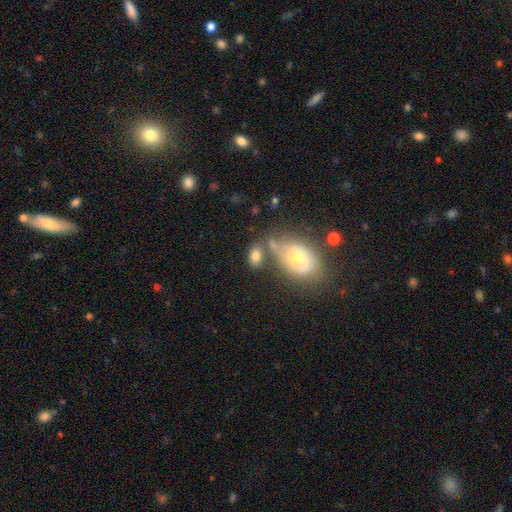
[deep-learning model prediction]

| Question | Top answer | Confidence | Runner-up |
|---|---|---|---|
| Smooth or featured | smooth | 70% | featured or disk (21%) |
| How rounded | in between | 89% | round (8%) |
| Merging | none | 50% | merger (24%) |